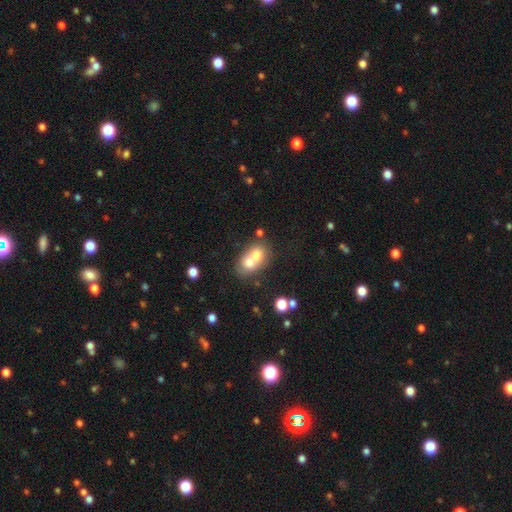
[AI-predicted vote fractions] Q: Smooth or featured?
A: smooth (65%); runner-up: featured or disk (25%)
Q: How rounded?
A: round (51%); runner-up: in between (48%)
Q: Merging?
A: merger (69%); runner-up: none (22%)